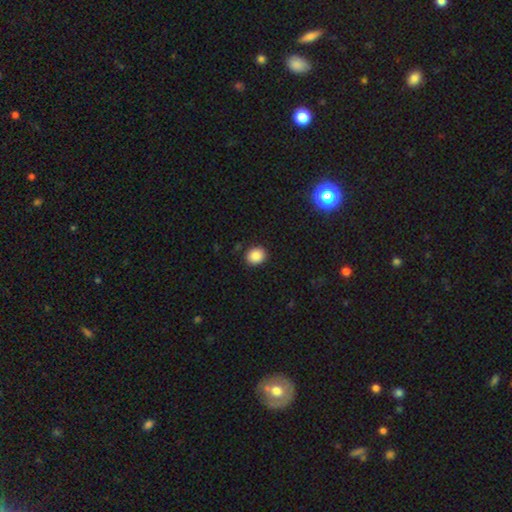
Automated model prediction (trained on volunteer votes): The model was most divided on "how rounded": round: 74%, in between: 25%, cigar-shaped: 1%. More confident: merging — none (90%); smooth or featured — smooth (88%).